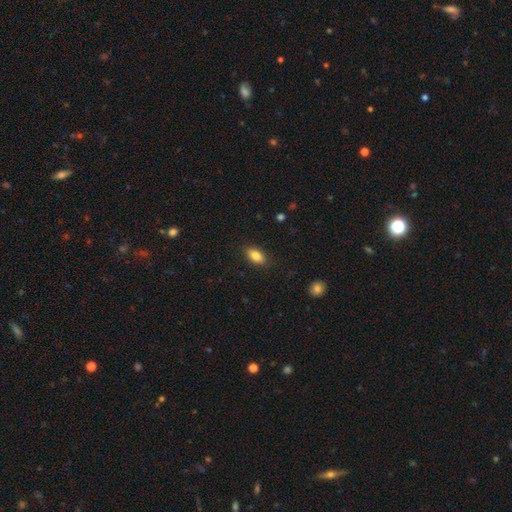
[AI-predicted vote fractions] The model was most divided on "merging": none: 87%, minor disturbance: 9%, major disturbance: 2%, merger: 1%. More confident: how rounded — in between (90%); smooth or featured — smooth (86%).